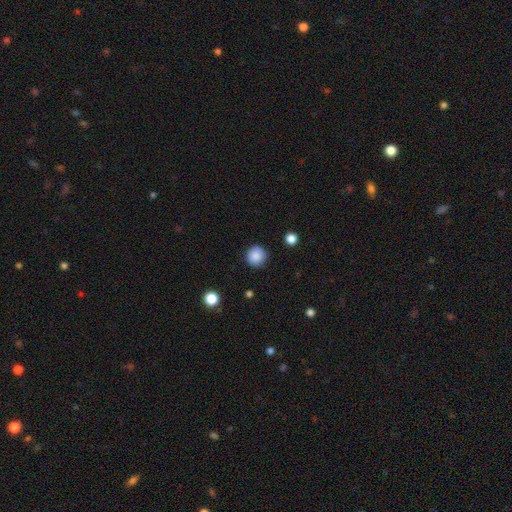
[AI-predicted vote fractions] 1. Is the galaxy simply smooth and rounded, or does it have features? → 86% smooth, 9% star or artifact, 5% featured or disk.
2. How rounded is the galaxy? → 94% round, 5% in between, 1% cigar-shaped.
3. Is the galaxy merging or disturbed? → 87% none, 10% minor disturbance, 2% major disturbance, 1% merger.